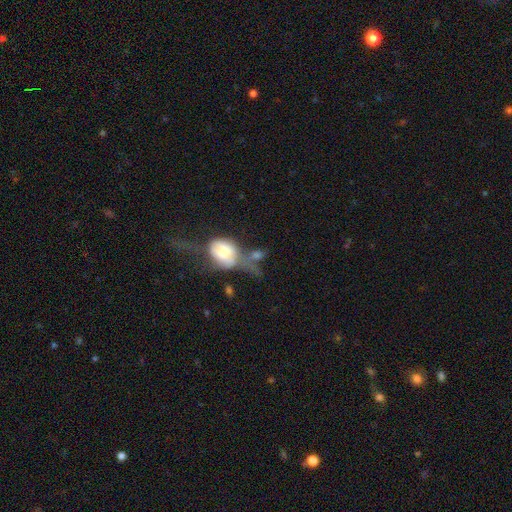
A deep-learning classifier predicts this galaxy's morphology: Overall: smooth (46%; featured or disk 42%). Merging: major disturbance (32%; merger 29%).